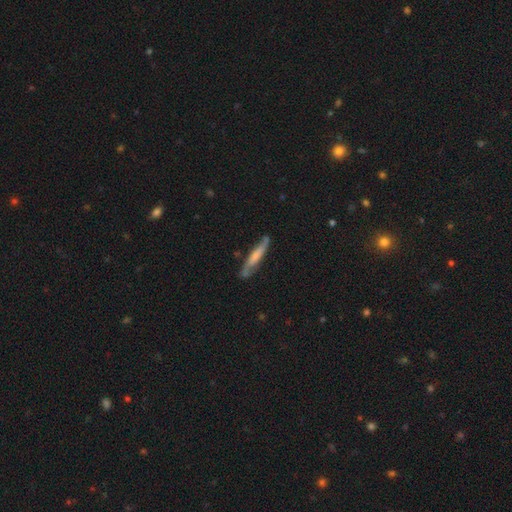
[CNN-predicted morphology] A featured or disk galaxy (50%). Merging: none (73%).